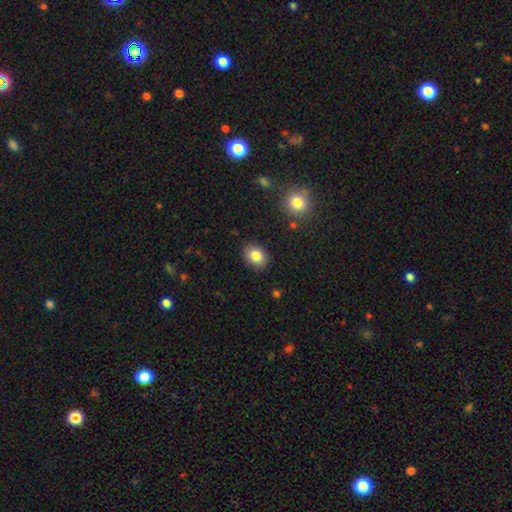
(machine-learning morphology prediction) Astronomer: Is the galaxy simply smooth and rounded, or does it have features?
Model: smooth — 83%.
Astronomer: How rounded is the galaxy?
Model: in between — 58% (runner-up: round, 41%).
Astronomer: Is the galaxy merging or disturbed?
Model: none — 88%.